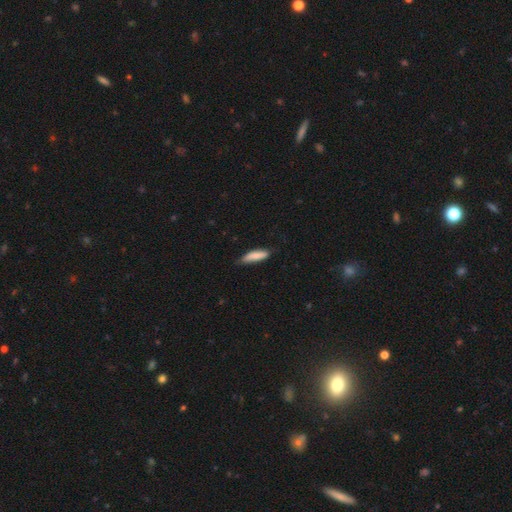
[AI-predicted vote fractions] A smooth galaxy with no disk features (79%) that is cigar-shaped (59%).

Vote fractions:
- Smooth or featured? smooth: 79% / featured or disk: 16% / star or artifact: 6%
- How rounded? cigar-shaped: 59% / in between: 40% / round: 2%
- Merging? none: 66% / minor disturbance: 28% / major disturbance: 4% / merger: 1%